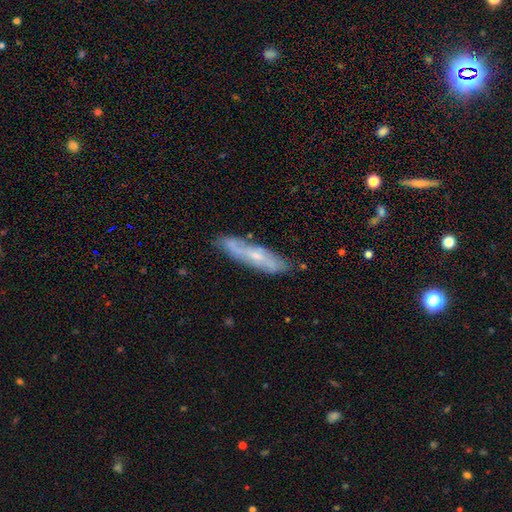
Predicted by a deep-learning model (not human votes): This appears to be a featured or disk galaxy (61%). Merging: none (73%).